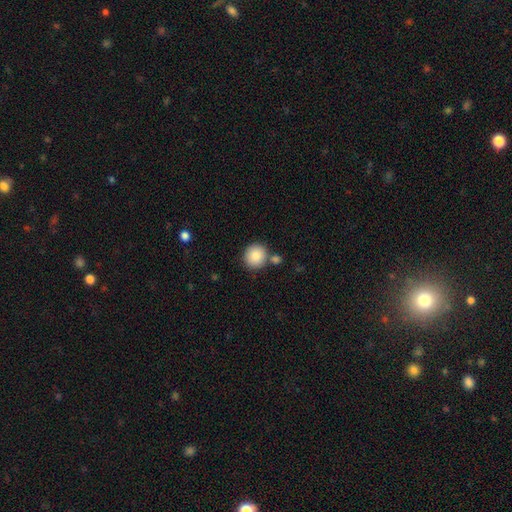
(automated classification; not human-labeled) Smooth or featured? Predicted: smooth (p=0.86). How rounded? Predicted: round (p=0.90). Merging? Predicted: none (p=0.74).